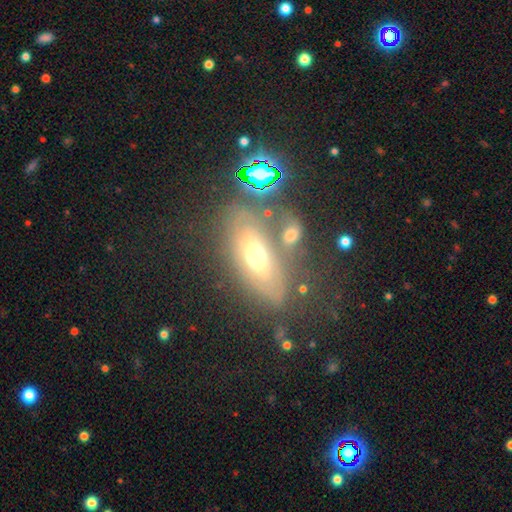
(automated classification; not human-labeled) Smooth or featured: featured or disk — 45% (smooth — 36%)
Merging: none — 62% (minor disturbance — 17%)